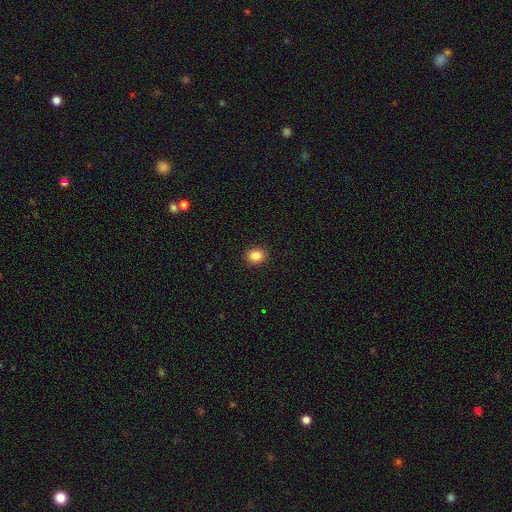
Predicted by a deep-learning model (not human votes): A smooth galaxy with no disk features (86%) that is round (56%). Merging: none (91%).